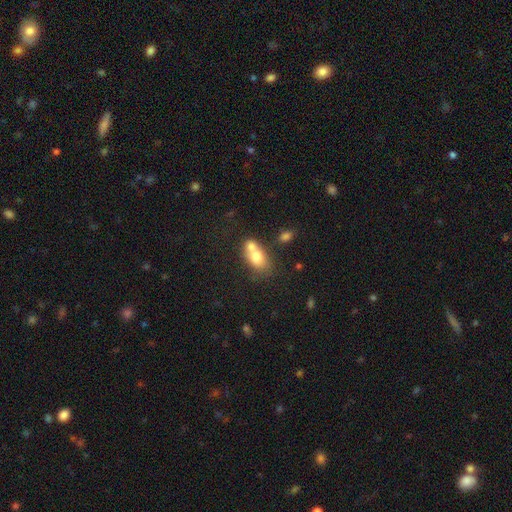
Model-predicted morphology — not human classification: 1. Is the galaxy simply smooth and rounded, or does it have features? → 71% smooth, 20% featured or disk, 9% star or artifact.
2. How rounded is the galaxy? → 74% in between, 24% round, 3% cigar-shaped.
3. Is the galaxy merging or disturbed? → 60% merger, 25% none, 10% minor disturbance, 5% major disturbance.